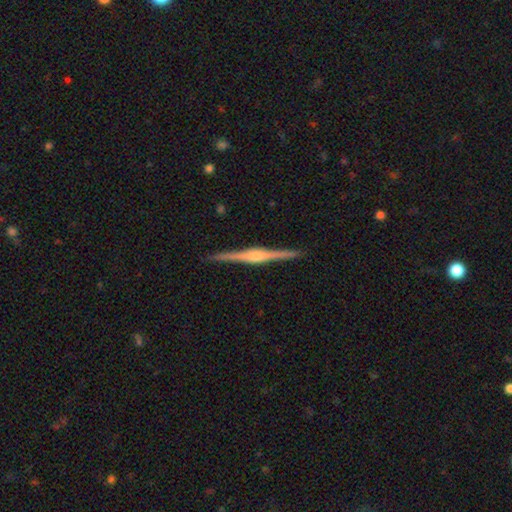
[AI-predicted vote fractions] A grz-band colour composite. It shows a featured or disk galaxy (85%) viewed edge-on (99%) with a rounded central bulge (79%). Merging: none (92%).